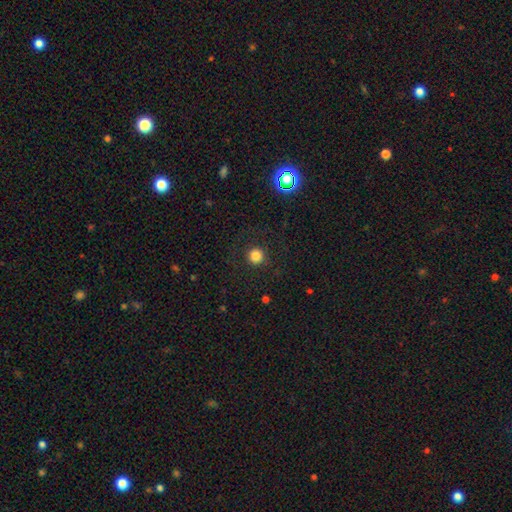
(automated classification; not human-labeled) smooth_or_featured: smooth (p=0.82) [alt: star or artifact p=0.13]
how_rounded: round (p=0.95) [alt: in between p=0.04]
merging: none (p=0.90) [alt: minor disturbance p=0.06]